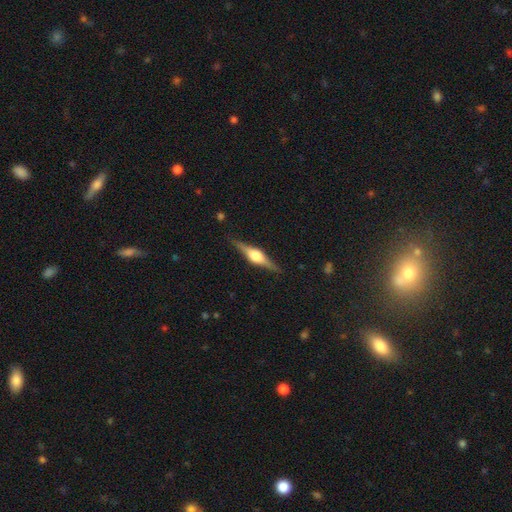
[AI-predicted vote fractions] Q: Smooth or featured?
A: featured or disk (78%); runner-up: smooth (16%)
Q: Edge-on disk?
A: yes (98%); runner-up: no (2%)
Q: Edge-on bulge?
A: rounded (89%); runner-up: boxy (10%)
Q: Merging?
A: none (88%); runner-up: minor disturbance (9%)